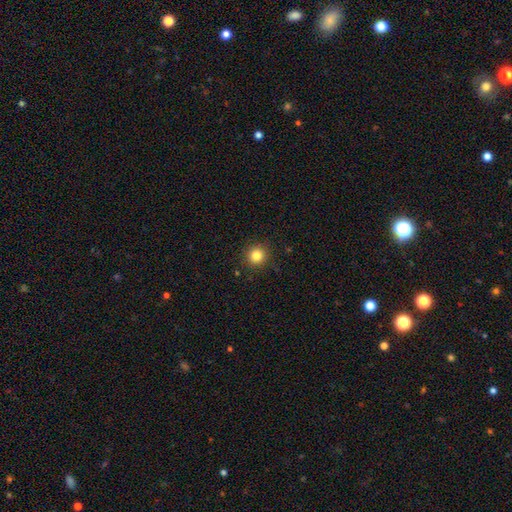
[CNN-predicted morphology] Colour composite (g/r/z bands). It shows a smooth galaxy with no disk features (83%) that is round (94%). Merging: none (91%).